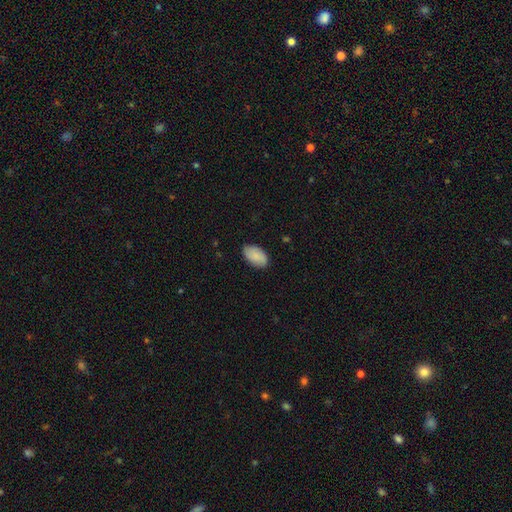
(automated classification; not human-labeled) smooth 81%, featured or disk 13%, star or artifact 6%. Down the decision tree: how rounded — in between (94%); merging — none (82%).